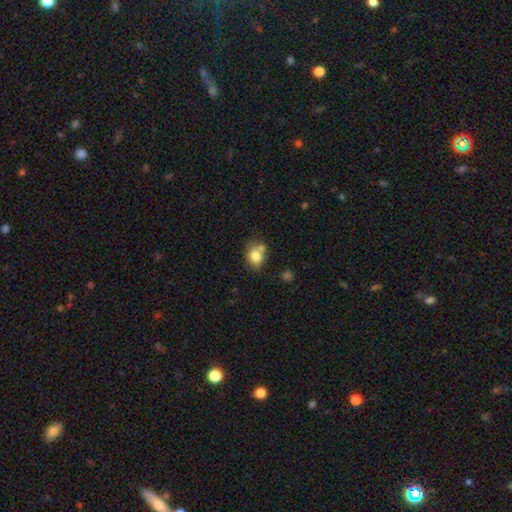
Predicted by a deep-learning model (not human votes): A smooth galaxy with no disk features (79%) that is round (52%). Merging: none (50%).